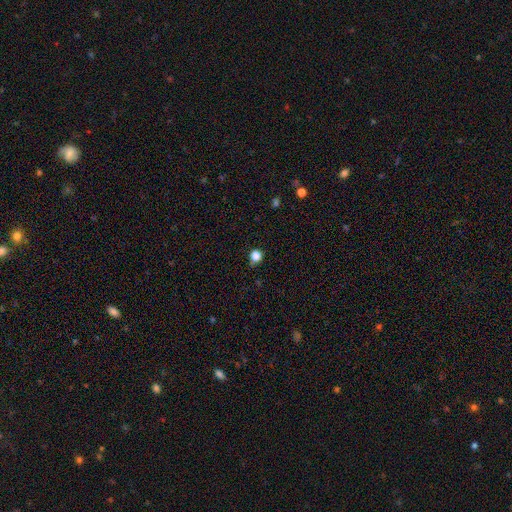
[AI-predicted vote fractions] Overall: smooth (82%). How rounded: round (89%). Merging: none (77%).